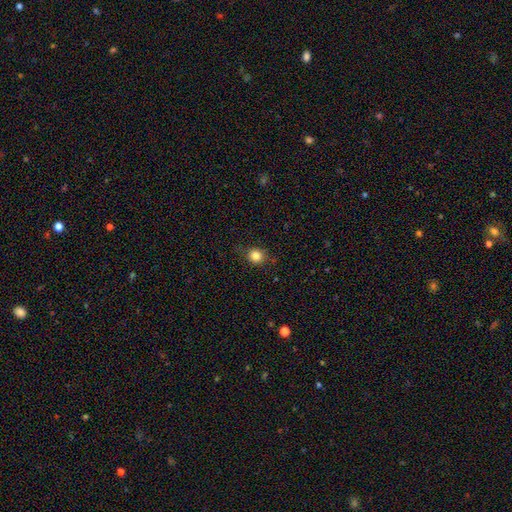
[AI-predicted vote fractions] The model was most divided on "smooth or featured": smooth: 83%, star or artifact: 12%, featured or disk: 5%. More confident: how rounded — round (87%); merging — none (85%).